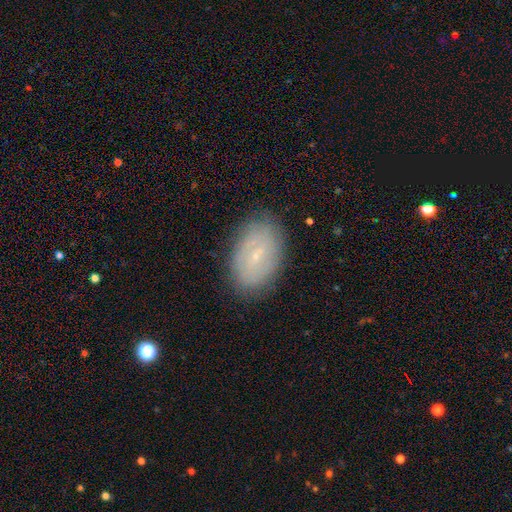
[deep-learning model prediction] smooth_or_featured: featured or disk (p=0.53) [alt: smooth p=0.38]
disk_edge_on: no (p=0.94) [alt: yes p=0.06]
merging: none (p=0.84) [alt: minor disturbance p=0.12]